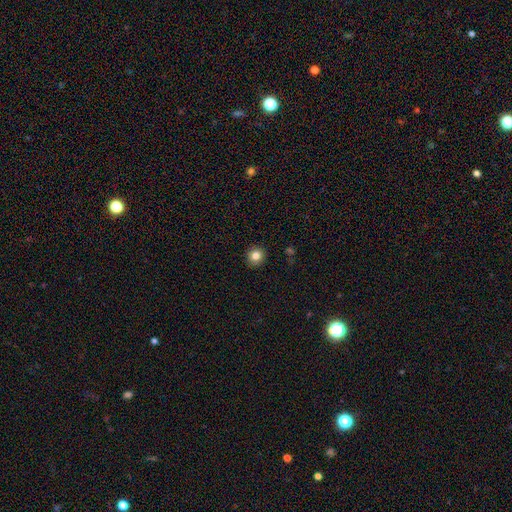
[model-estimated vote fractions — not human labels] Smooth or featured? smooth (82%)
How rounded? round (91%)
Merging? none (92%)